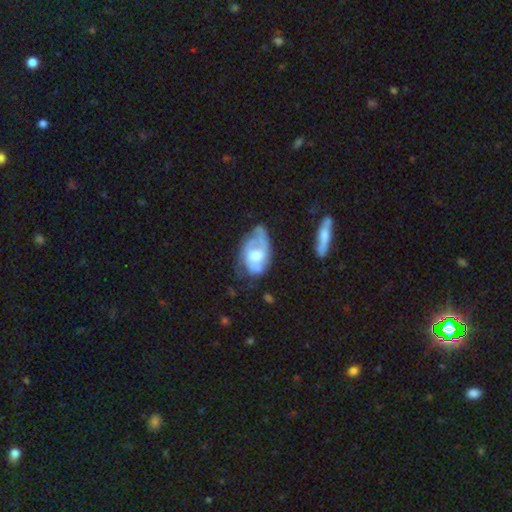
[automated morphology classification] A featured or disk galaxy (63%) with no bar (59%), spiral arms (62%) and a moderate central bulge (57%). Merging: none (35%).